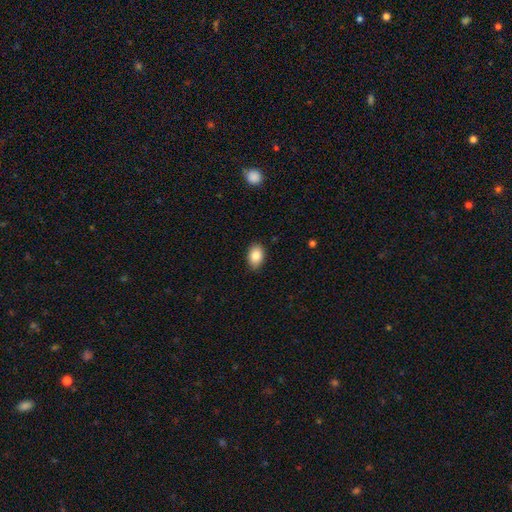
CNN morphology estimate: This is clearly a smooth galaxy (86%). How rounded: clearly in between (85%). Merging: clearly none (86%).